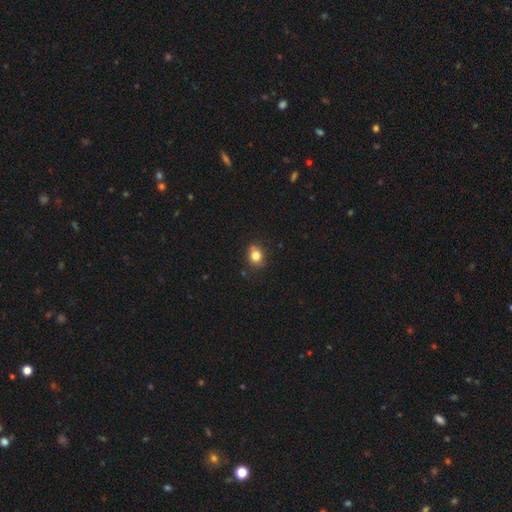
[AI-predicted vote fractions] This is clearly a smooth galaxy (81%). How rounded: likely round (64%). Merging: likely none (77%).